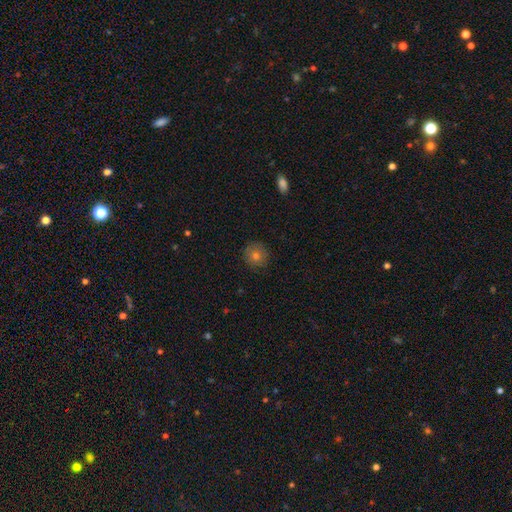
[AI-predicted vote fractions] Q: Smooth or featured?
A: smooth (73%); runner-up: star or artifact (15%)
Q: How rounded?
A: round (94%); runner-up: in between (5%)
Q: Merging?
A: none (89%); runner-up: minor disturbance (8%)